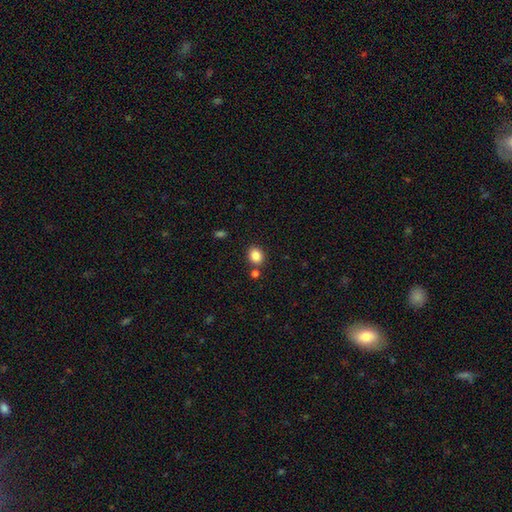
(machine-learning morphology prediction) Smooth or featured?
  - smooth: 85% *
  - star or artifact: 10%
  - featured or disk: 5%
How rounded?
  - round: 58% *
  - in between: 41%
  - cigar-shaped: 1%
Merging?
  - none: 81% *
  - minor disturbance: 9%
  - merger: 8%
  - major disturbance: 3%